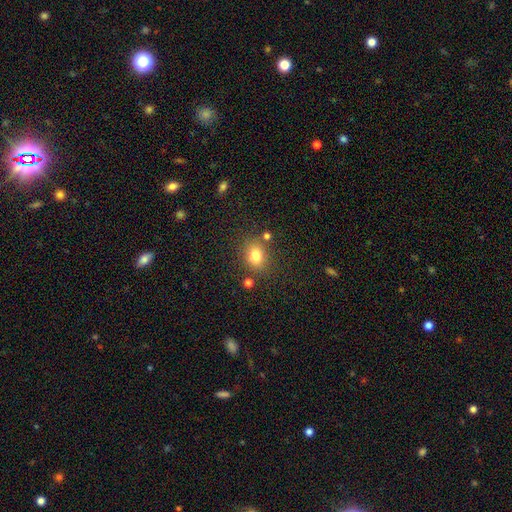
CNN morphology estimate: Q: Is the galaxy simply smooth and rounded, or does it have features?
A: smooth — 79%.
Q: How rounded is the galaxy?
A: round — 50%.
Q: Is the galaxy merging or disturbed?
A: none — 76%.